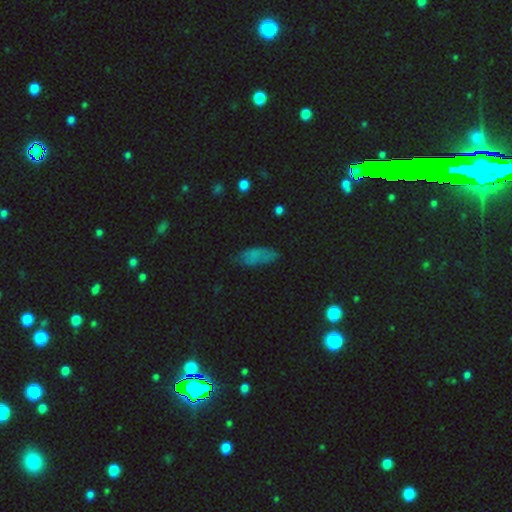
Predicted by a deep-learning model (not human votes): Smooth or featured? Predicted: smooth (p=0.69). How rounded? Predicted: in between (p=0.77). Merging? Predicted: none (p=0.59).